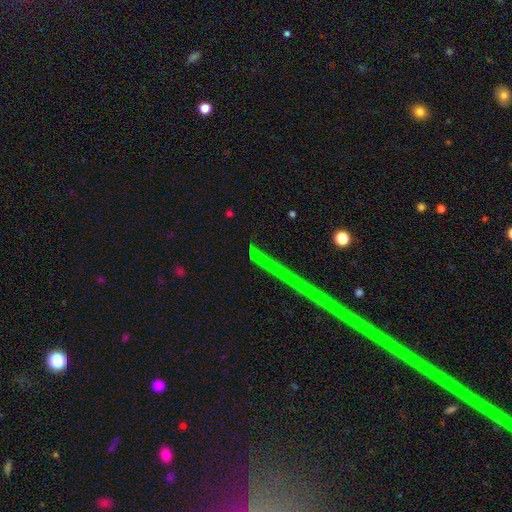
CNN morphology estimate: Smooth or featured: star or artifact — 81% (featured or disk — 10%)